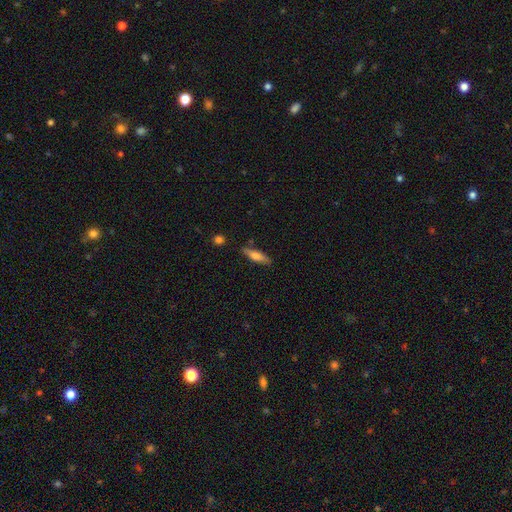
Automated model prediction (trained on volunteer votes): Smooth or featured? smooth (67%)
How rounded? cigar-shaped (68%)
Merging? none (81%)